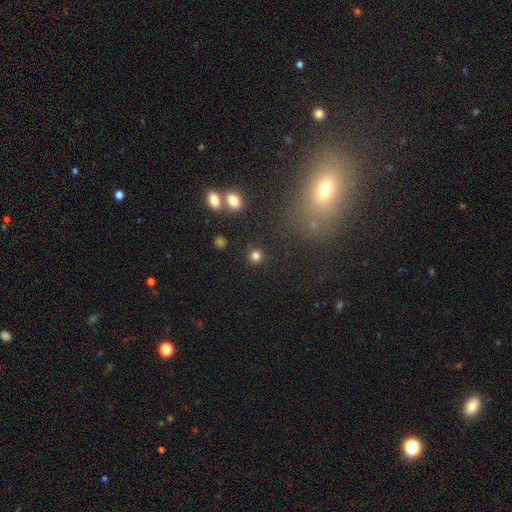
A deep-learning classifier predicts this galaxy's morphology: This is clearly a smooth galaxy (81%). How rounded: clearly round (90%). Merging: clearly none (85%).